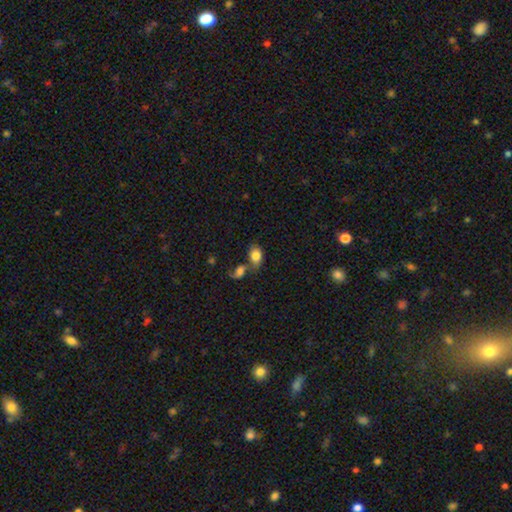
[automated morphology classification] A smooth galaxy with no disk features (81%) that is in between round and cigar-shaped (81%).

Vote fractions:
- Smooth or featured? smooth: 81% / featured or disk: 11% / star or artifact: 8%
- How rounded? in between: 81% / round: 18% / cigar-shaped: 2%
- Merging? merger: 45% / none: 36% / minor disturbance: 12% / major disturbance: 7%